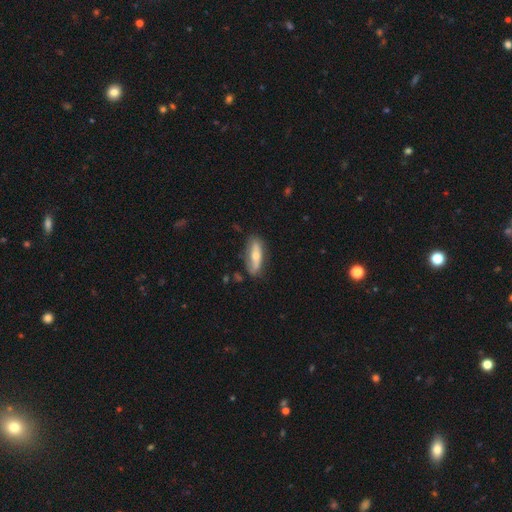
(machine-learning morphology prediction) Smooth or featured? smooth (51%)
How rounded? in between (57%)
Merging? none (73%)